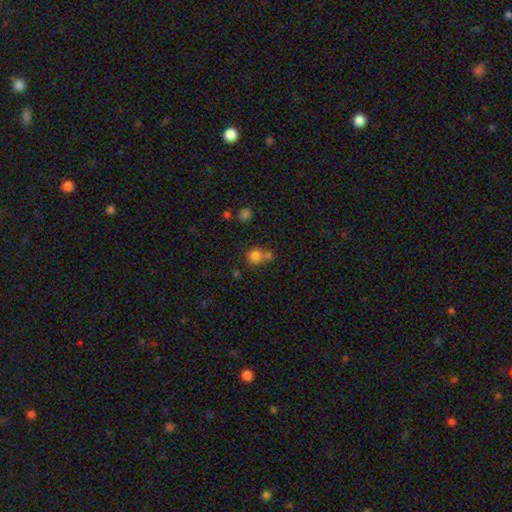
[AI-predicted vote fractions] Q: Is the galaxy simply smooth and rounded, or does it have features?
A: smooth — 79%.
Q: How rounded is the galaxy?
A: round — 86%.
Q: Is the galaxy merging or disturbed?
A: none — 49%.